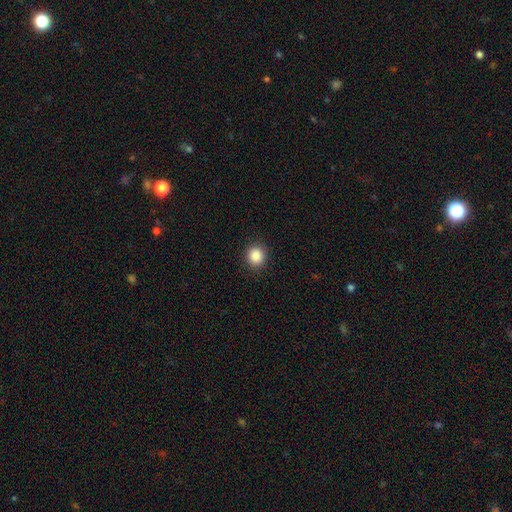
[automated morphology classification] A smooth galaxy with no disk features (87%) that is round (87%). Merging: none (91%).